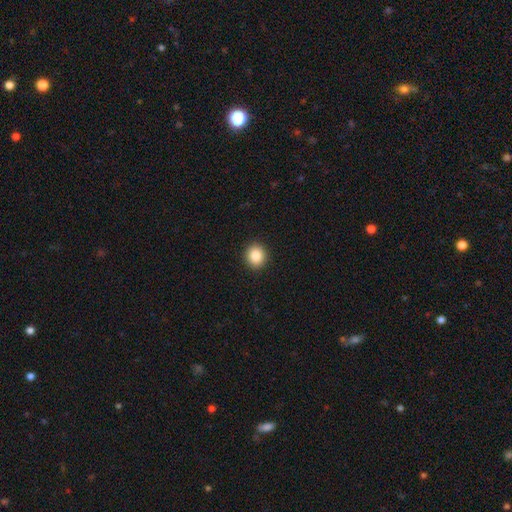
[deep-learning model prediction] Smooth or featured?
  - smooth: 87% *
  - star or artifact: 9%
  - featured or disk: 4%
How rounded?
  - round: 86% *
  - in between: 13%
  - cigar-shaped: 1%
Merging?
  - none: 92% *
  - minor disturbance: 5%
  - major disturbance: 2%
  - merger: 1%